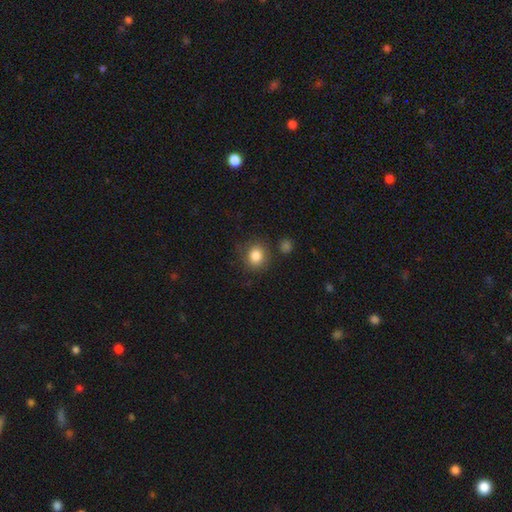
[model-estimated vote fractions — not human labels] smooth 84%, star or artifact 10%, featured or disk 6%. Down the decision tree: how rounded — round (75%); merging — none (81%).